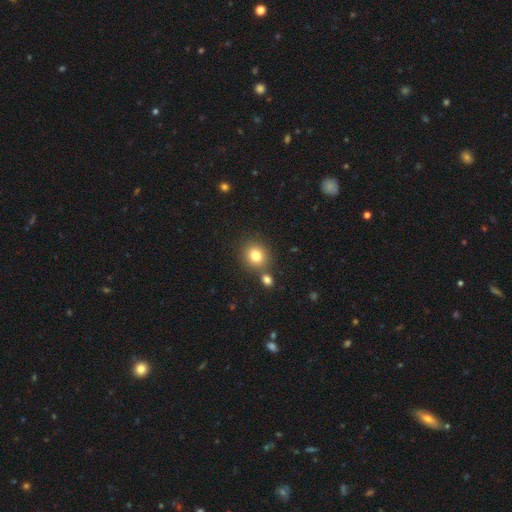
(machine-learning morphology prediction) Q: Smooth or featured?
A: smooth (80%); runner-up: star or artifact (12%)
Q: How rounded?
A: round (81%); runner-up: in between (18%)
Q: Merging?
A: none (73%); runner-up: merger (15%)